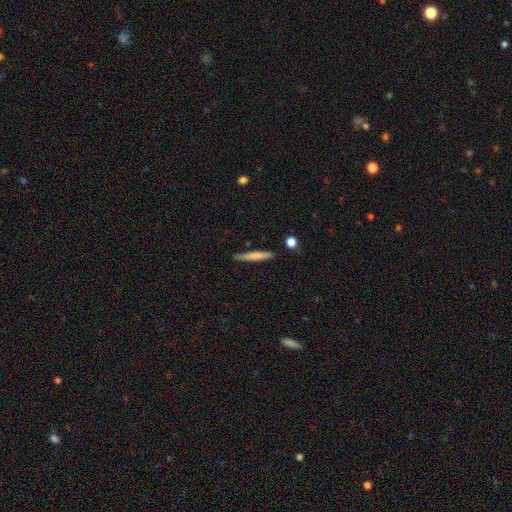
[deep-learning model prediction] Overall: smooth (70%). How rounded: cigar-shaped (95%). Merging: none (86%).